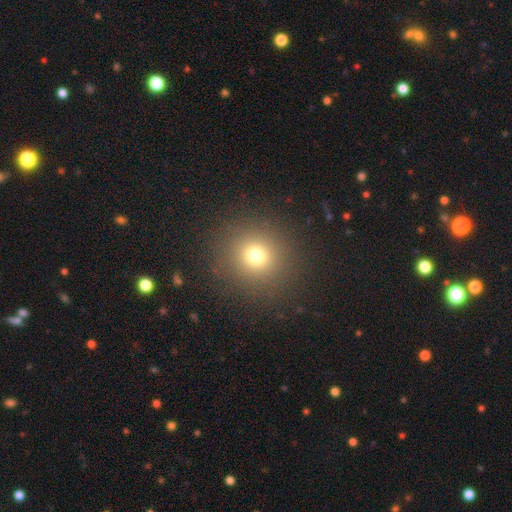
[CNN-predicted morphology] Smooth or featured: smooth — 72% (star or artifact — 19%)
How rounded: round — 92% (in between — 7%)
Merging: none — 89% (minor disturbance — 6%)